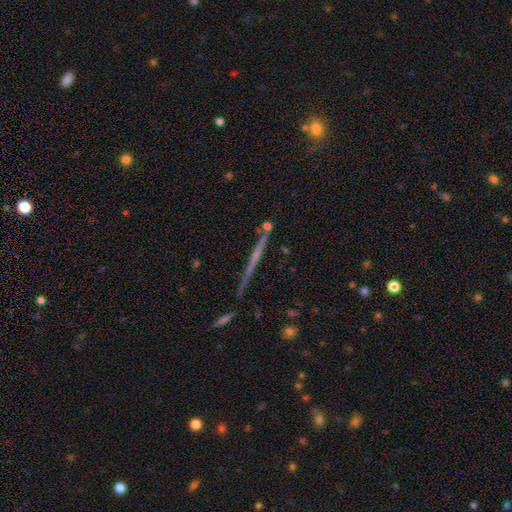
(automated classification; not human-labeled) The model was most divided on "edge-on bulge": none: 66%, rounded: 27%, boxy: 7%. More confident: edge-on disk — yes (97%); merging — none (85%); smooth or featured — featured or disk (67%).